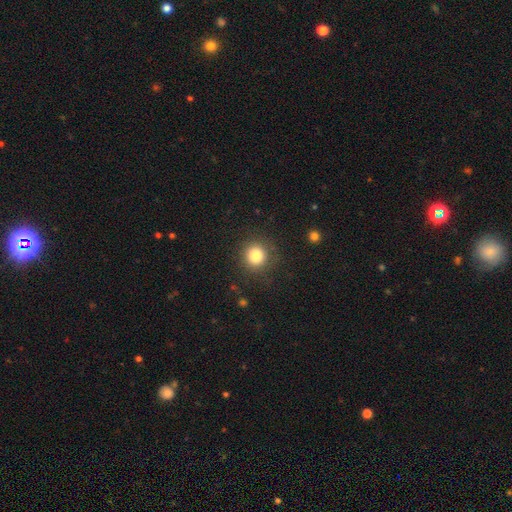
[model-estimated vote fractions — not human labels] Q: Smooth or featured?
A: smooth (81%); runner-up: star or artifact (12%)
Q: How rounded?
A: round (92%); runner-up: in between (7%)
Q: Merging?
A: none (87%); runner-up: minor disturbance (8%)